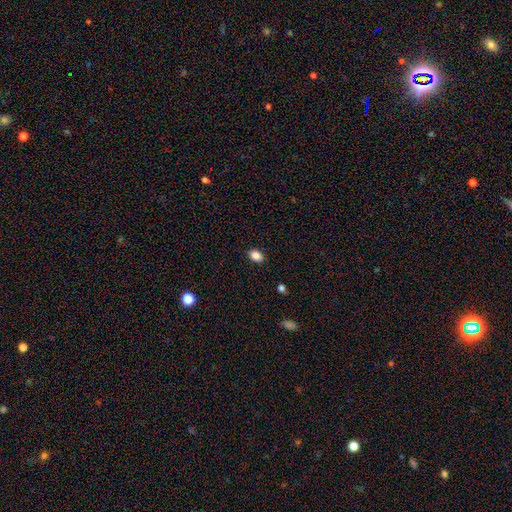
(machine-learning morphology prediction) The model was most divided on "how rounded": in between: 80%, round: 18%, cigar-shaped: 1%. More confident: merging — none (88%); smooth or featured — smooth (87%).